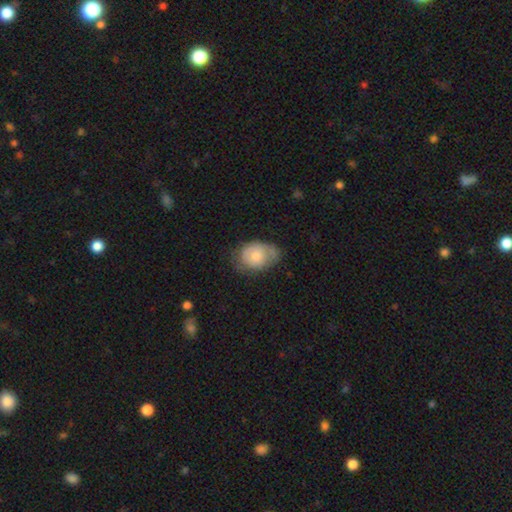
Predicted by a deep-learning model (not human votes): A smooth galaxy with no disk features (70%) that is in between round and cigar-shaped (72%). Merging: none (49%).